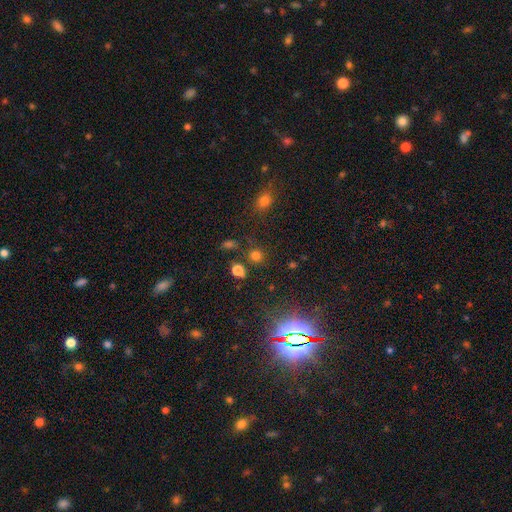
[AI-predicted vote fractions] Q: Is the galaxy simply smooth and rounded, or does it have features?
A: smooth — 74%.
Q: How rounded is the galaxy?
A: round — 86%.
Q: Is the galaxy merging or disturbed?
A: none — 76%.